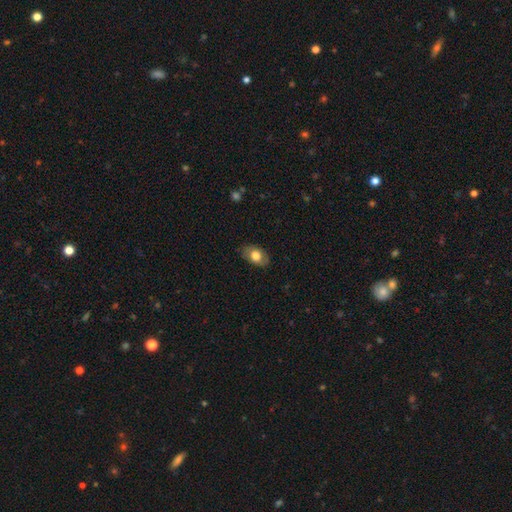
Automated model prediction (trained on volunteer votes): smooth_or_featured: smooth (p=0.73) [alt: featured or disk p=0.20]
how_rounded: in between (p=0.87) [alt: round p=0.11]
merging: none (p=0.80) [alt: minor disturbance p=0.15]